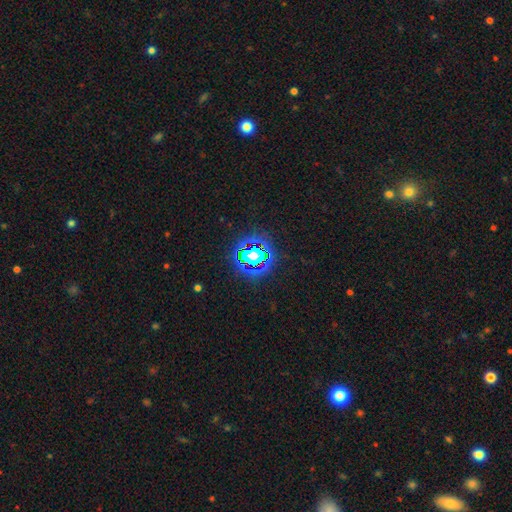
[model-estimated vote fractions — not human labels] Smooth or featured? Predicted: star or artifact (p=0.65).